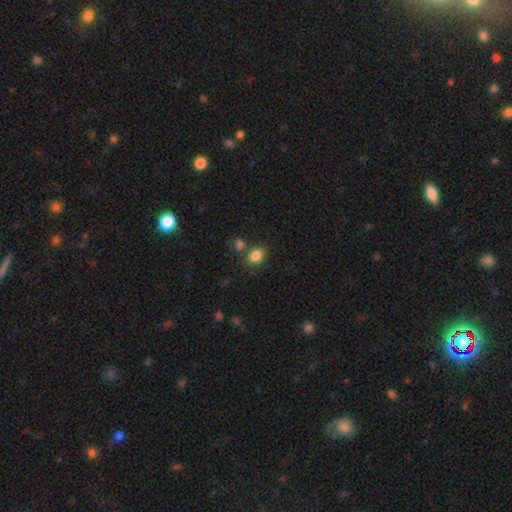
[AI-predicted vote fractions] Overall: smooth (85%). How rounded: in between (63%; round 36%). Merging: none (68%).